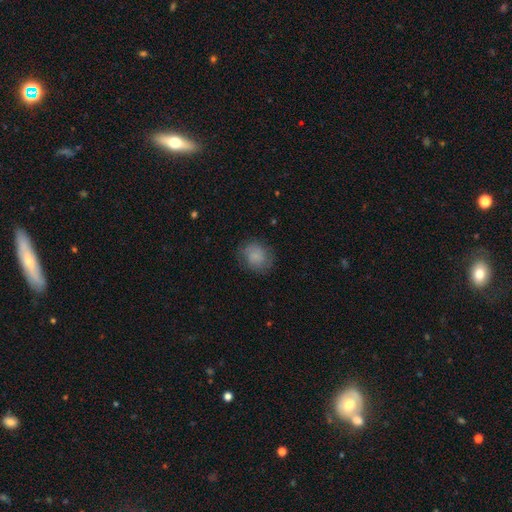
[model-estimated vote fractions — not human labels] smooth_or_featured: smooth (p=0.72) [alt: featured or disk p=0.19]
how_rounded: round (p=0.70) [alt: in between p=0.29]
merging: none (p=0.74) [alt: minor disturbance p=0.18]